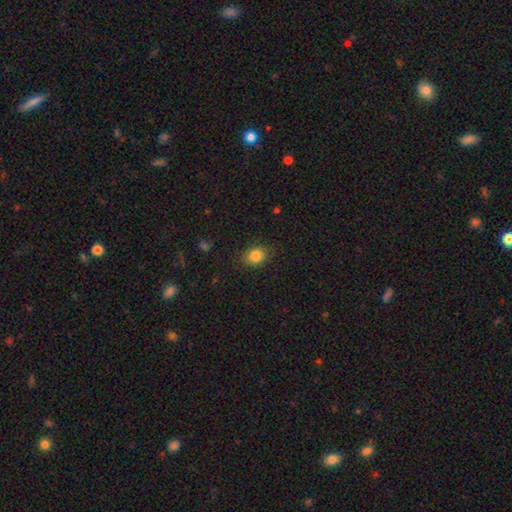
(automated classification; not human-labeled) The model was most divided on "how rounded": in between: 56%, round: 43%, cigar-shaped: 1%. More confident: smooth or featured — smooth (84%); merging — none (84%).